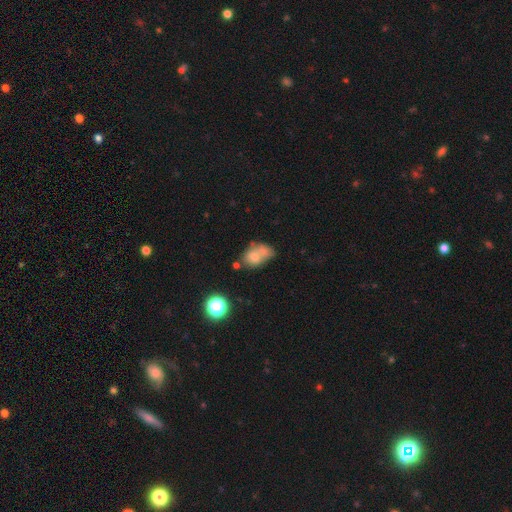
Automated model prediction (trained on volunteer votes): Q: Smooth or featured?
A: smooth (65%); runner-up: featured or disk (23%)
Q: How rounded?
A: in between (72%); runner-up: round (26%)
Q: Merging?
A: merger (46%); runner-up: none (26%)